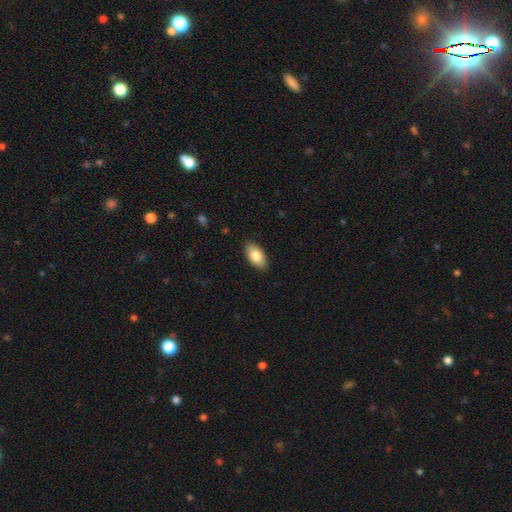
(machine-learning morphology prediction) type=smooth (81%); roundness=in between (93%); merging=none (88%).